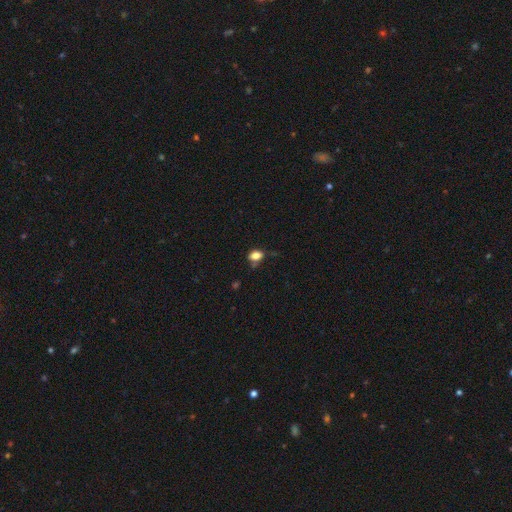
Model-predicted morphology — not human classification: smooth 82%, star or artifact 11%, featured or disk 7%. Down the decision tree: how rounded — in between (76%); merging — none (61%).